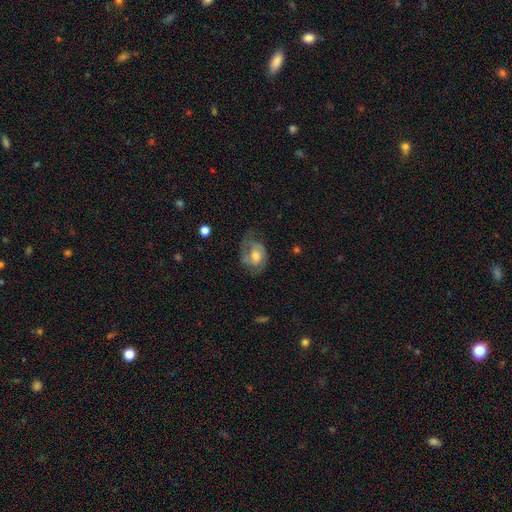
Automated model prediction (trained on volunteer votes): Overall: featured or disk (64%; smooth 29%). Edge-on disk: no (96%). Bar: no (56%; weak 36%). Spiral arms: yes (84%). Spiral arm count: 2 (70%). Spiral winding: medium (46%; tight 31%). Bulge size: moderate (64%; small 24%). Merging: none (53%; minor disturbance 25%).